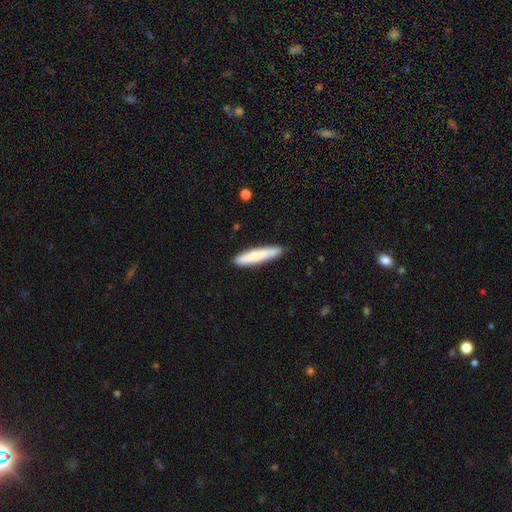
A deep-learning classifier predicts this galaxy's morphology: Smooth or featured: smooth — 76% (featured or disk — 18%)
How rounded: cigar-shaped — 88% (in between — 10%)
Merging: none — 86% (minor disturbance — 11%)